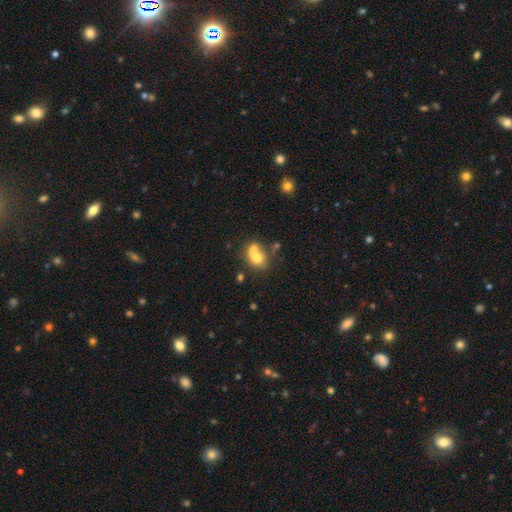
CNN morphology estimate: Smooth or featured?
  - smooth: 66% *
  - featured or disk: 23%
  - star or artifact: 11%
How rounded?
  - round: 57% *
  - in between: 42%
  - cigar-shaped: 1%
Merging?
  - merger: 62% *
  - none: 26%
  - minor disturbance: 8%
  - major disturbance: 5%